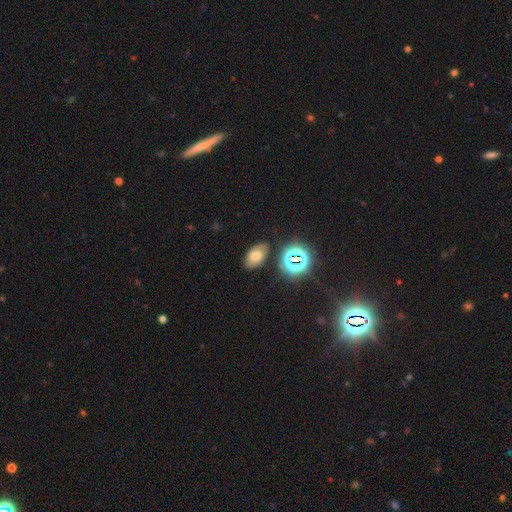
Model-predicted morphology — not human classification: This is possibly a smooth galaxy (56%). How rounded: clearly in between (88%). Merging: likely none (79%).